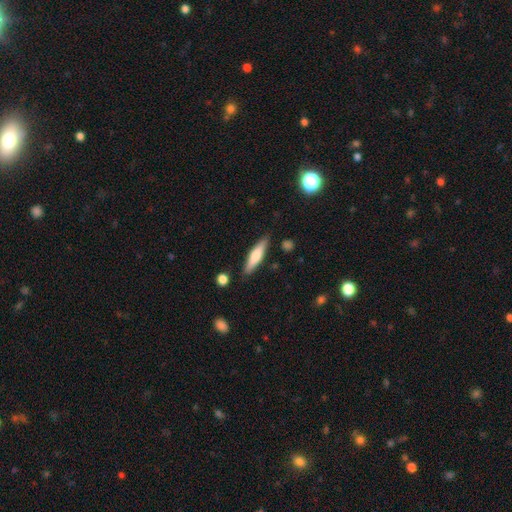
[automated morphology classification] A smooth galaxy with no disk features (59%) that is cigar-shaped (76%).

Vote fractions:
- Smooth or featured? smooth: 59% / featured or disk: 35% / star or artifact: 6%
- How rounded? cigar-shaped: 76% / in between: 23% / round: 2%
- Merging? none: 85% / minor disturbance: 10% / major disturbance: 2% / merger: 2%